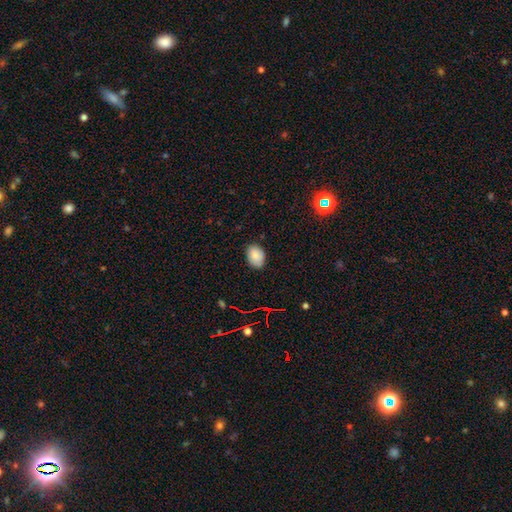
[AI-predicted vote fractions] Morphology: type=smooth (85%); roundness=in between (79%); merging=none (81%).